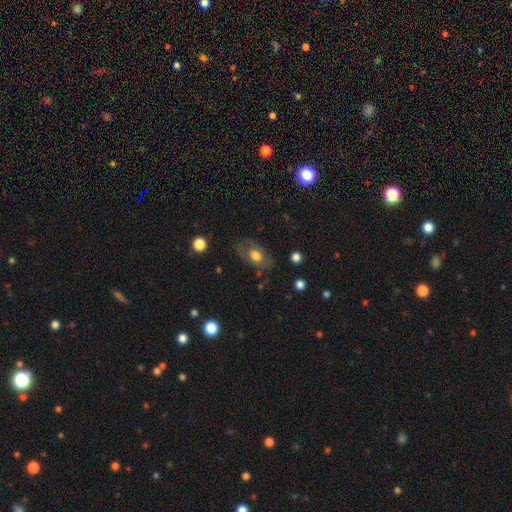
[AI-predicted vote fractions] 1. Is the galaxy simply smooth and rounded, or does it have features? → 59% smooth, 33% featured or disk, 8% star or artifact.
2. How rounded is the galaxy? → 81% in between, 16% round, 3% cigar-shaped.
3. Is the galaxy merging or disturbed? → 67% none, 21% minor disturbance, 11% major disturbance, 2% merger.